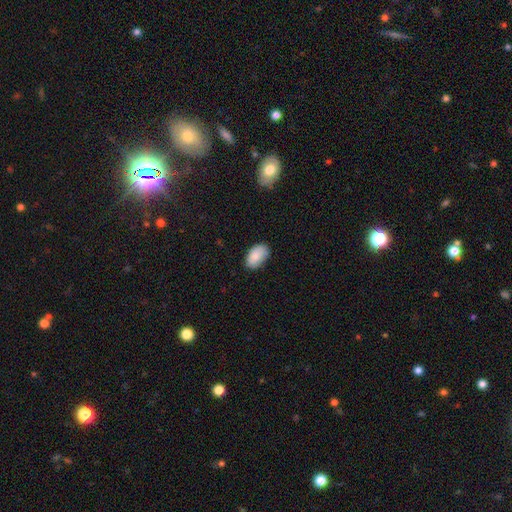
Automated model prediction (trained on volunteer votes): A smooth galaxy with no disk features (87%) that is in between round and cigar-shaped (94%). Merging: none (80%).